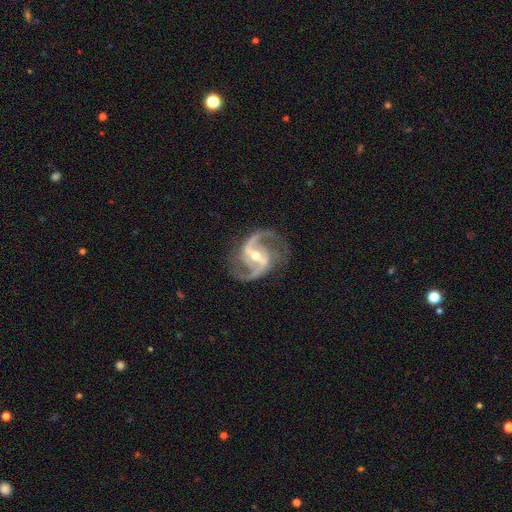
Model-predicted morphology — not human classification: Smooth or featured? featured or disk (93%)
Edge-on disk? no (98%)
Bar? strong (55%)
Spiral arms? yes (98%)
Spiral winding? medium (59%)
Spiral arm count? 2 (90%)
Bulge size? moderate (54%)
Merging? none (78%)